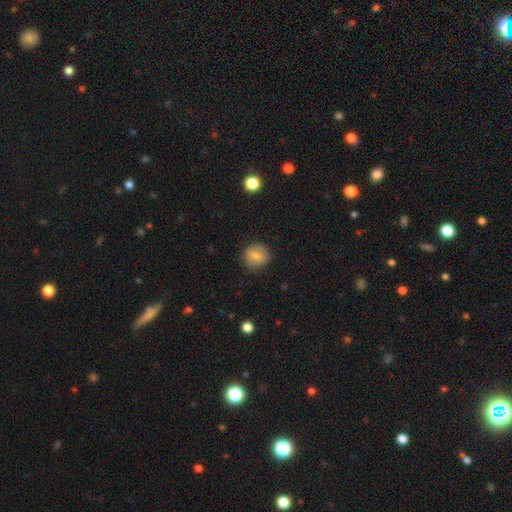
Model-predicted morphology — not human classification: This is likely a smooth galaxy (76%). How rounded: clearly round (86%). Merging: clearly none (80%).